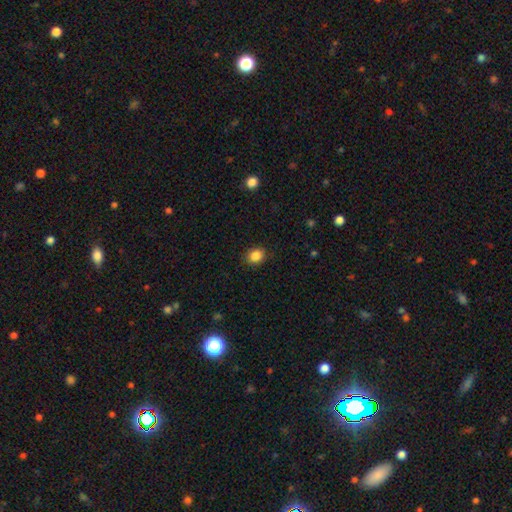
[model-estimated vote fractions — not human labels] Smooth or featured? Predicted: smooth (p=0.87). How rounded? Predicted: round (p=0.60). Merging? Predicted: none (p=0.87).